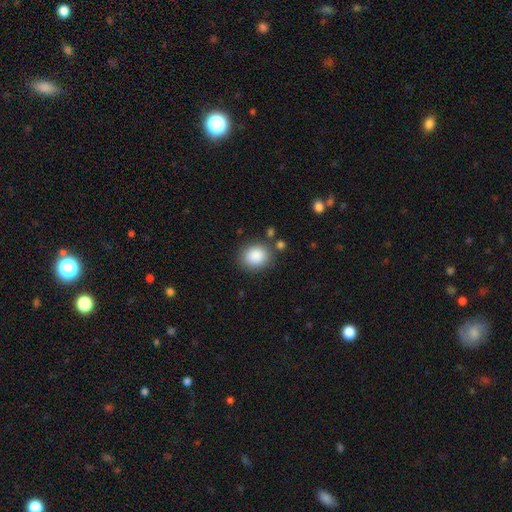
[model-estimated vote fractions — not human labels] smooth 88%, star or artifact 8%, featured or disk 4%. Down the decision tree: how rounded — round (66%); merging — none (81%).